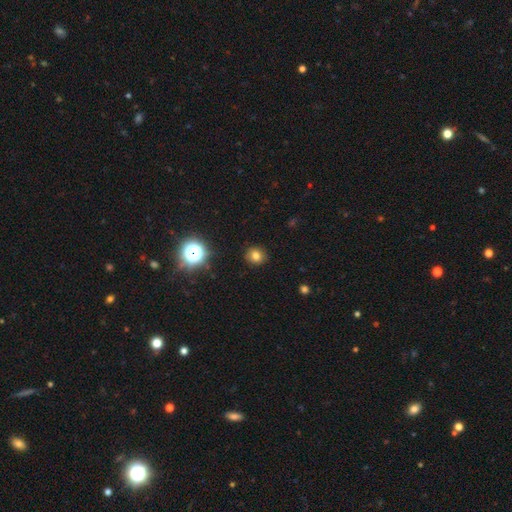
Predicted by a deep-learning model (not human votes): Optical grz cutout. It shows a smooth galaxy with no disk features (76%) that is round (82%). Merging: none (89%).